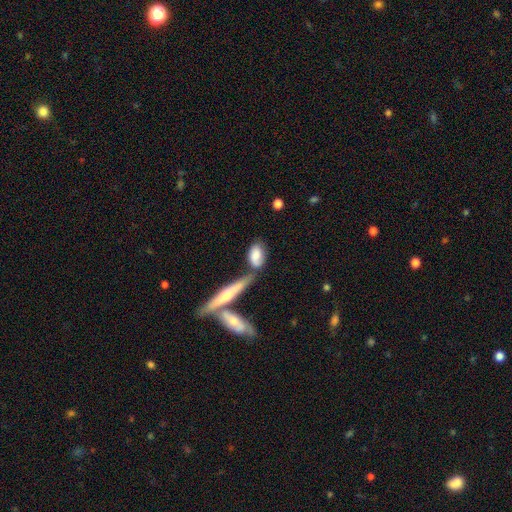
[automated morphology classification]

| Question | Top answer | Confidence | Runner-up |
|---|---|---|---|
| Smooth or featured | smooth | 75% | featured or disk (19%) |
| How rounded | in between | 82% | cigar-shaped (13%) |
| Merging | none | 49% | merger (26%) |